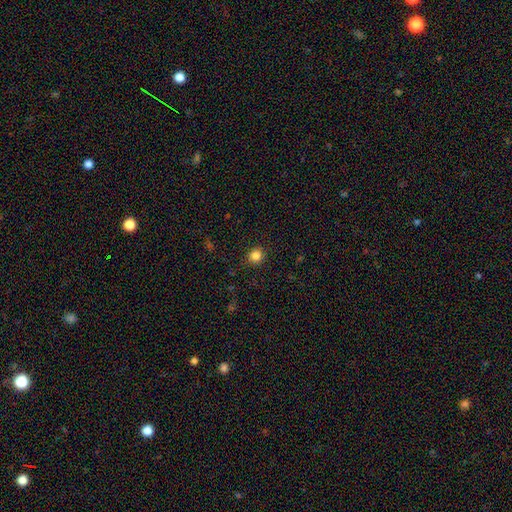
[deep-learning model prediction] Smooth or featured: smooth — 84% (star or artifact — 12%)
How rounded: round — 89% (in between — 10%)
Merging: none — 90% (minor disturbance — 6%)